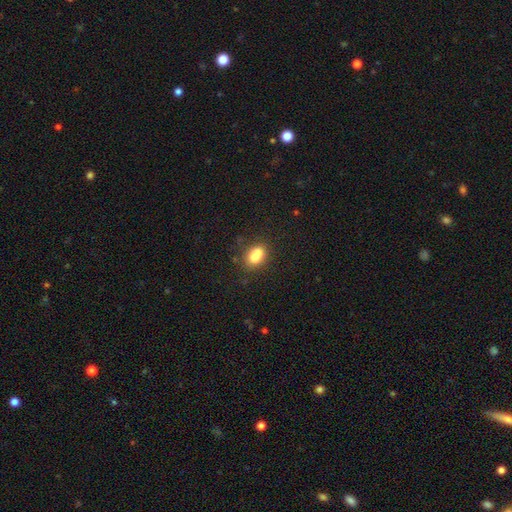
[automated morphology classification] This is likely a smooth galaxy (75%). How rounded: likely in between (72%). Merging: possibly none (51%).